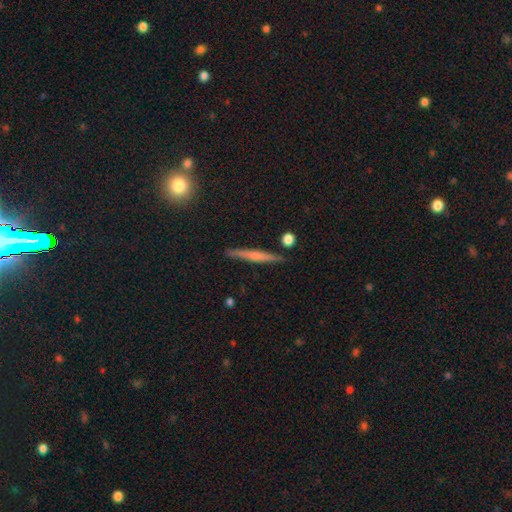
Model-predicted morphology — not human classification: smooth-or-featured: featured or disk: 54% | smooth: 39% | star or artifact: 7%
  disk-edge-on: yes: 97% | no: 3%
    edge-on-bulge: rounded: 45% | none: 44% | boxy: 11%
  merging: none: 90% | minor disturbance: 7% | merger: 2% | major disturbance: 2%